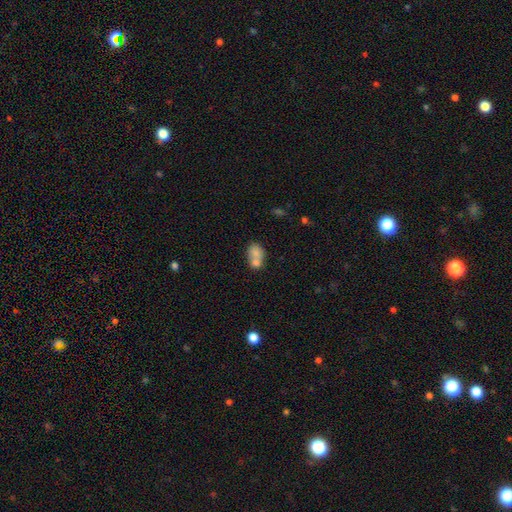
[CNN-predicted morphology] smooth 75%, featured or disk 16%, star or artifact 9%. Down the decision tree: how rounded — in between (61%); merging — merger (62%).